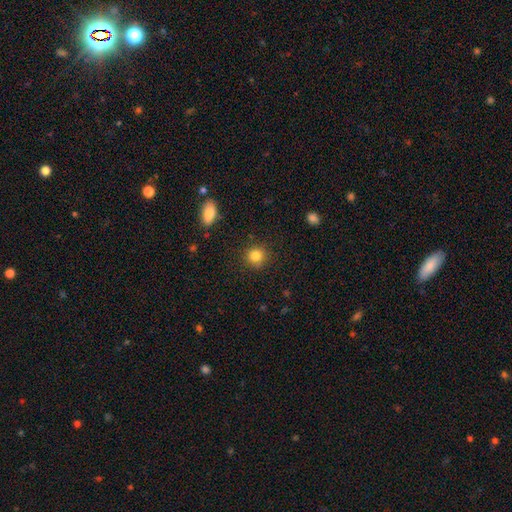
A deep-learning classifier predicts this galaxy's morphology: type=smooth (83%); roundness=round (90%); merging=none (88%).